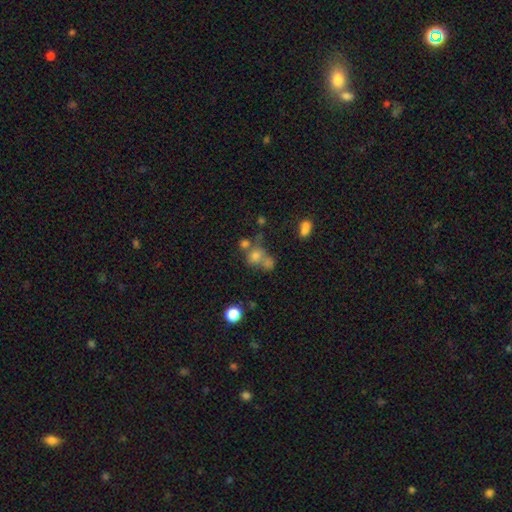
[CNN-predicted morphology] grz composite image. It shows a smooth galaxy with no disk features (67%) that is round (65%). Merging: merger (44%).